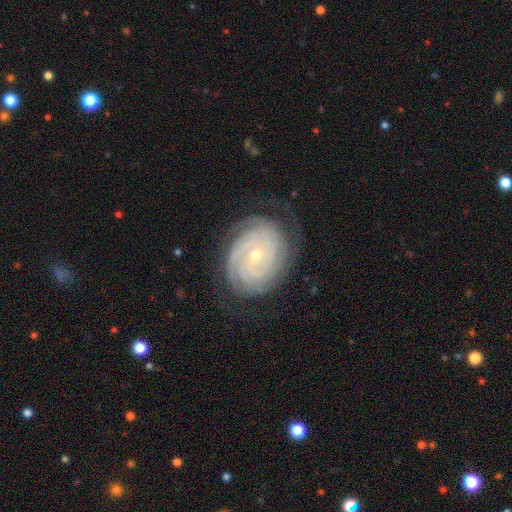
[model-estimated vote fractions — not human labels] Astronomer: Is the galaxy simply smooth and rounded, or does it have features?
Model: featured or disk — 88%.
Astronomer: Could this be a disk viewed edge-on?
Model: no — 97%.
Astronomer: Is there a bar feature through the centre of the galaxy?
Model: no — 69%.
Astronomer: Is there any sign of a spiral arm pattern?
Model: yes — 98%.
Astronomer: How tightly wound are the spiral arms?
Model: tight — 85%.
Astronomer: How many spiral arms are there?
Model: can't tell — 25% (runner-up: 4, 22%).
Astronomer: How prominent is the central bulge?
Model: small — 67%.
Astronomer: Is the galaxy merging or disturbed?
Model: none — 77%.